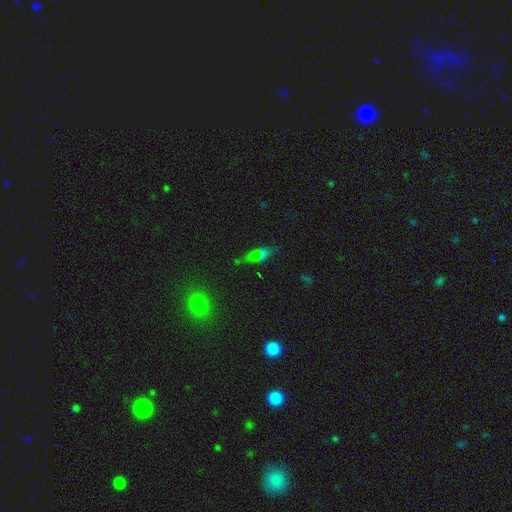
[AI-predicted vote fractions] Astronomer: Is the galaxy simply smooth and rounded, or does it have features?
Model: smooth — 53% (runner-up: star or artifact, 31%).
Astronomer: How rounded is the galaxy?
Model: in between — 49% (runner-up: cigar-shaped, 43%).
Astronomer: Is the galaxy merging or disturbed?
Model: none — 71%.